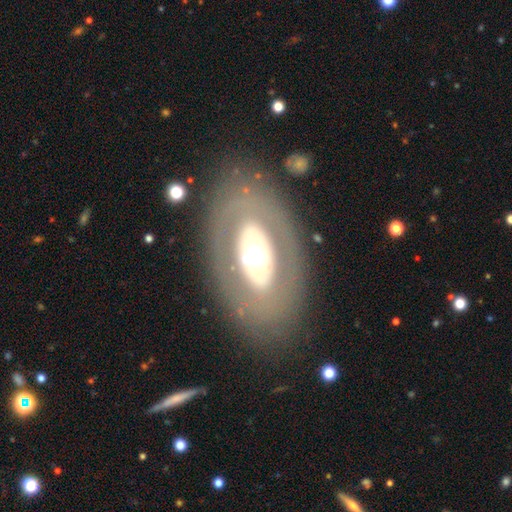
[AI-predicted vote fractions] smooth-or-featured: featured or disk: 59% | smooth: 35% | star or artifact: 7%
  disk-edge-on: no: 90% | yes: 10%
    bar: no: 85% | weak: 9% | strong: 6%
    has-spiral-arms: no: 91% | yes: 9%
    bulge-size: moderate: 50% | large: 34% | small: 8% | dominant: 7% | none: 1%
  merging: none: 79% | minor disturbance: 11% | major disturbance: 8% | merger: 2%